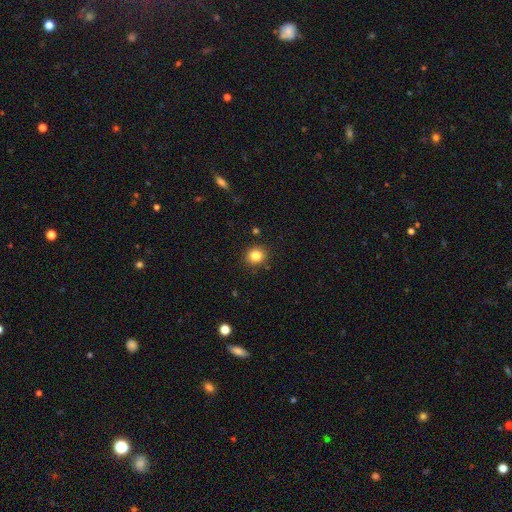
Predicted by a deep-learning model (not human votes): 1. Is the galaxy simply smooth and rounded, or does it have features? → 83% smooth, 11% star or artifact, 6% featured or disk.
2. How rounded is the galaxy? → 84% round, 15% in between, 1% cigar-shaped.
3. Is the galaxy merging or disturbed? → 89% none, 7% minor disturbance, 2% major disturbance, 2% merger.